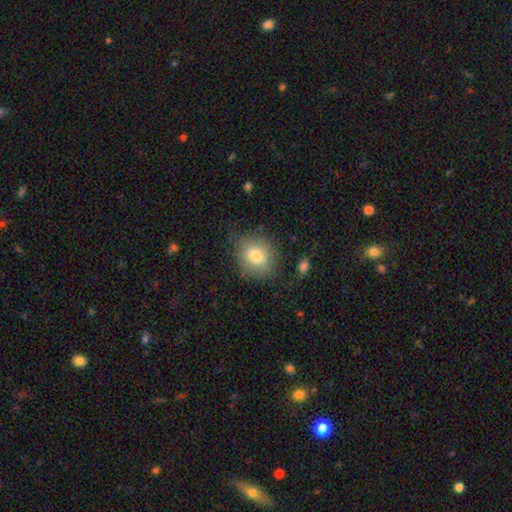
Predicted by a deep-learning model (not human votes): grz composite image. It shows a smooth galaxy with no disk features (79%) that is round (66%). Merging: none (74%).